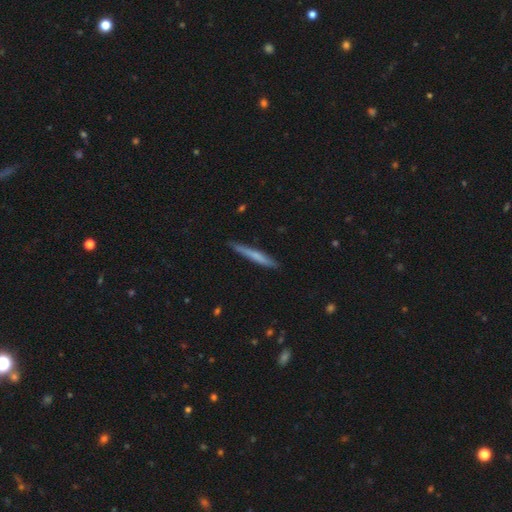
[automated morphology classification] Smooth or featured: smooth — 61% (featured or disk — 33%)
How rounded: cigar-shaped — 96% (in between — 3%)
Merging: none — 85% (minor disturbance — 12%)